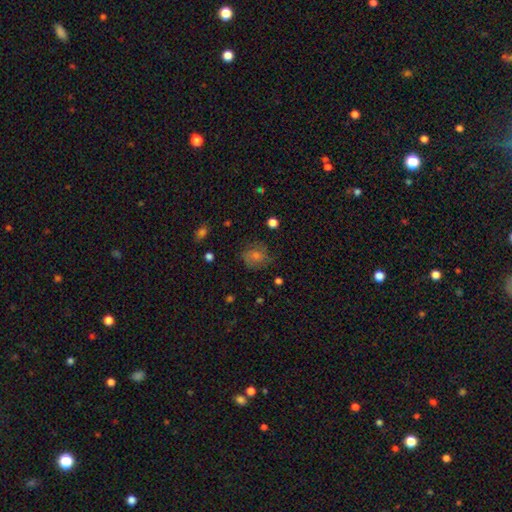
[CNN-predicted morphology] A smooth galaxy with no disk features (46%).

Vote fractions:
- Smooth or featured? smooth: 46% / featured or disk: 29% / star or artifact: 24%
- Merging? none: 77% / minor disturbance: 15% / major disturbance: 6% / merger: 2%